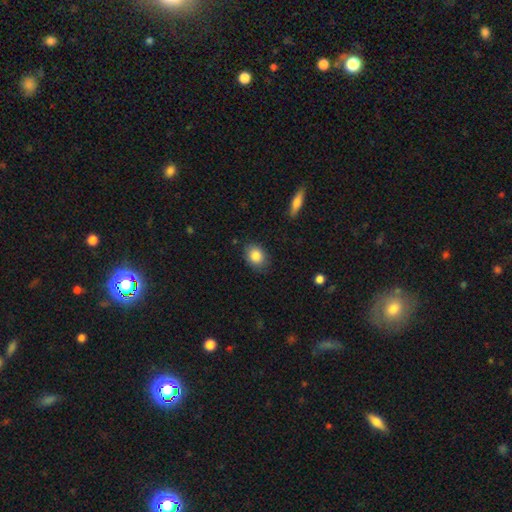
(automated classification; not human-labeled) Overall: smooth (85%). How rounded: in between (58%; round 40%). Merging: none (81%).